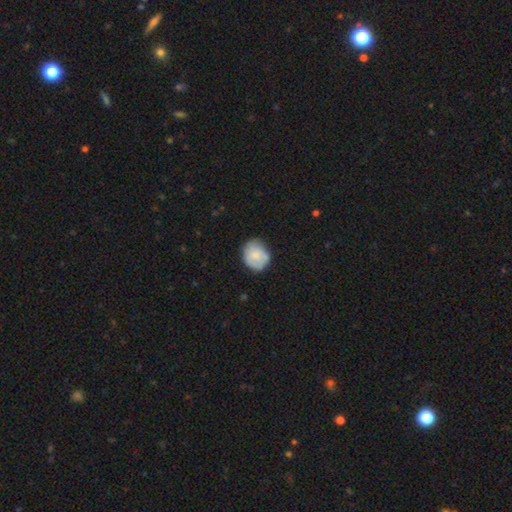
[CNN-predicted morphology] smooth_or_featured: smooth (p=0.74) [alt: featured or disk p=0.19]
how_rounded: round (p=0.73) [alt: in between p=0.26]
merging: none (p=0.69) [alt: minor disturbance p=0.23]